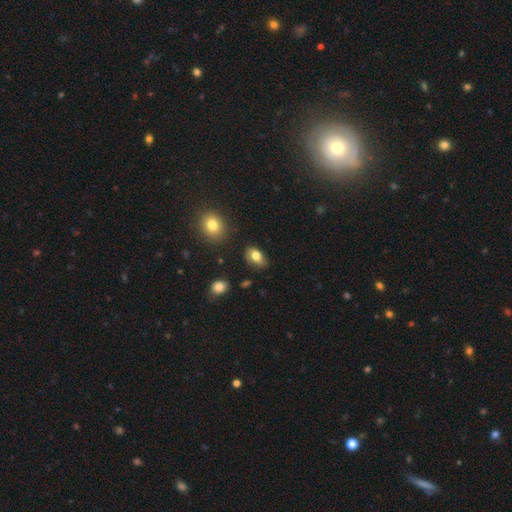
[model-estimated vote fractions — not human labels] A smooth galaxy with no disk features (79%) that is in between round and cigar-shaped (88%).

Vote fractions:
- Smooth or featured? smooth: 79% / featured or disk: 13% / star or artifact: 8%
- How rounded? in between: 88% / round: 10% / cigar-shaped: 2%
- Merging? none: 74% / minor disturbance: 19% / major disturbance: 4% / merger: 3%